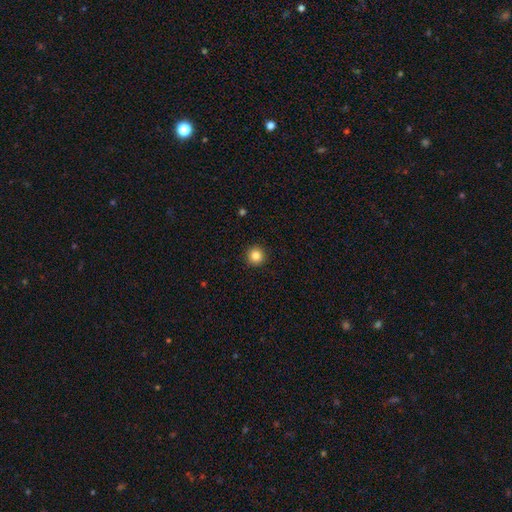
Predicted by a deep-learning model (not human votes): smooth 85%, star or artifact 11%, featured or disk 4%. Down the decision tree: how rounded — round (96%); merging — none (93%).